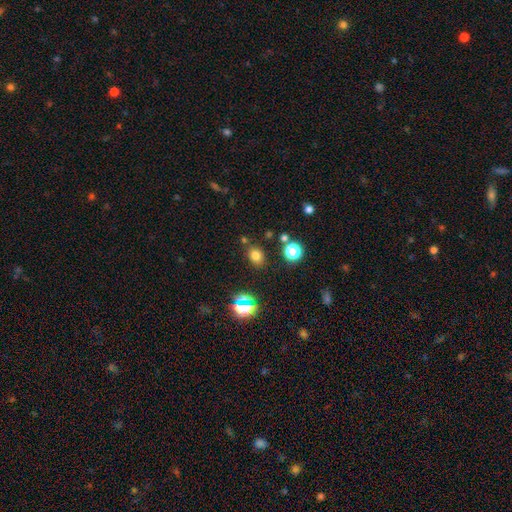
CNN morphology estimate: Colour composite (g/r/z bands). It shows a smooth galaxy with no disk features (72%) that is round (50%). Merging: none (80%).